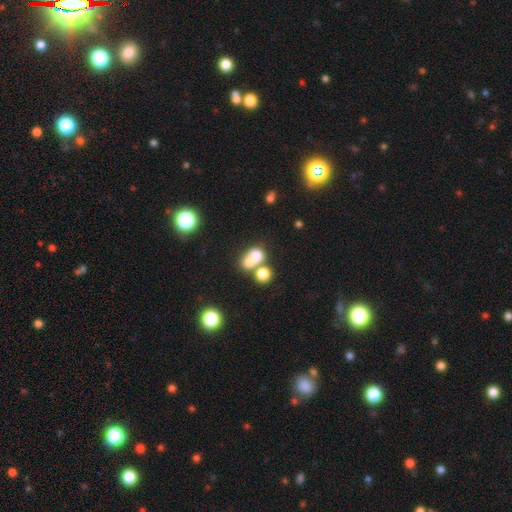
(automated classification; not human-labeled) A smooth galaxy with no disk features (67%) that is round (61%). Merging: merger (60%).